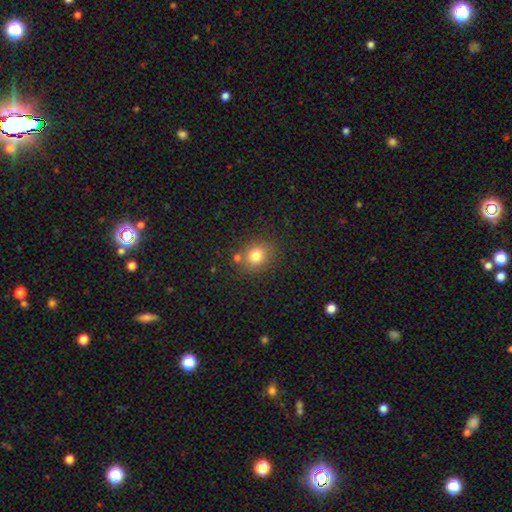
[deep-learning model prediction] The model was most divided on "how rounded": round: 65%, in between: 34%, cigar-shaped: 1%. More confident: smooth or featured — smooth (78%); merging — none (75%).